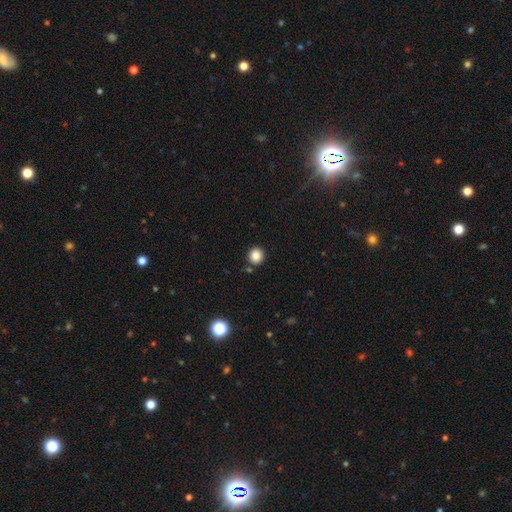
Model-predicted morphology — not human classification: Smooth or featured?
  - smooth: 86% *
  - star or artifact: 11%
  - featured or disk: 3%
How rounded?
  - round: 90% *
  - in between: 9%
  - cigar-shaped: 1%
Merging?
  - none: 87% *
  - minor disturbance: 7%
  - merger: 4%
  - major disturbance: 2%